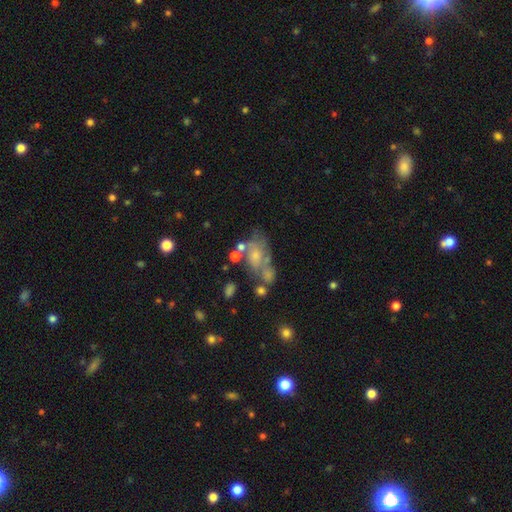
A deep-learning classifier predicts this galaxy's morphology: smooth-or-featured: featured or disk: 48% | smooth: 40% | star or artifact: 12%
  merging: none: 28% | merger: 27% | major disturbance: 24% | minor disturbance: 21%